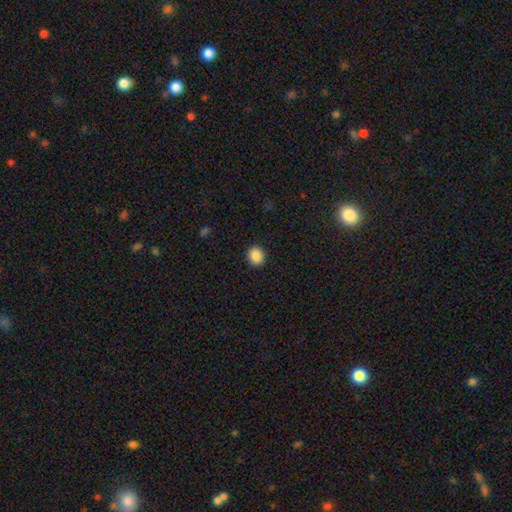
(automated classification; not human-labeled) Morphology: type=smooth (88%); roundness=round (71%); merging=none (91%).